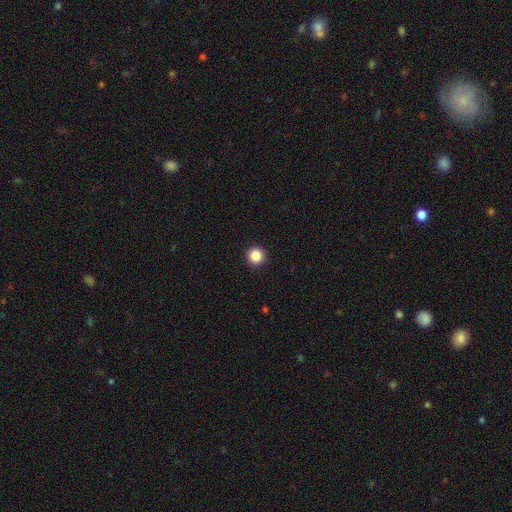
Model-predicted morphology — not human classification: Smooth or featured?
  - smooth: 87% *
  - star or artifact: 10%
  - featured or disk: 3%
How rounded?
  - round: 96% *
  - in between: 3%
  - cigar-shaped: 1%
Merging?
  - none: 93% *
  - minor disturbance: 4%
  - major disturbance: 2%
  - merger: 1%